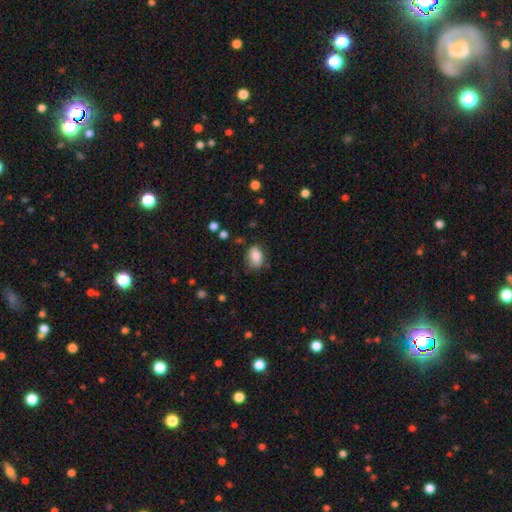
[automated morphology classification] smooth 85%, star or artifact 8%, featured or disk 7%. Down the decision tree: how rounded — in between (83%); merging — none (68%).